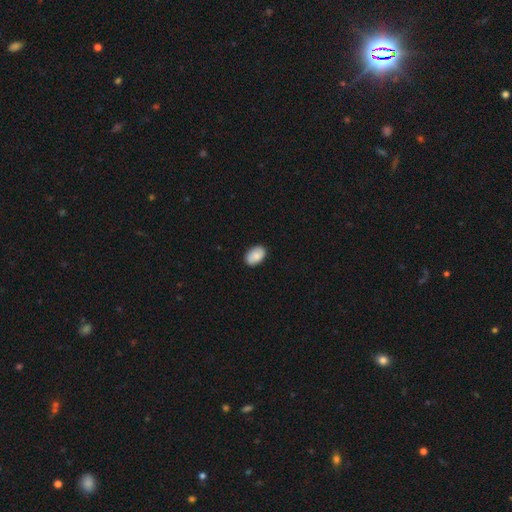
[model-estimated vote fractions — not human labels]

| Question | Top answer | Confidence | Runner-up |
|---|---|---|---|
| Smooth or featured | smooth | 86% | featured or disk (8%) |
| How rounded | in between | 89% | round (10%) |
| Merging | none | 87% | minor disturbance (10%) |